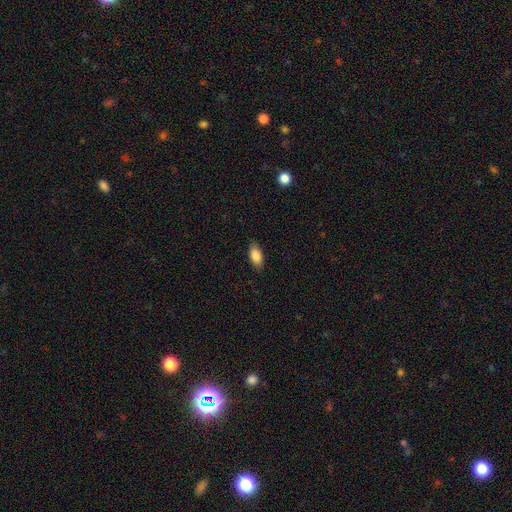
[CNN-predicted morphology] This appears to be a smooth galaxy with no disk features (85%) that is in between round and cigar-shaped (90%). Merging: none (85%).